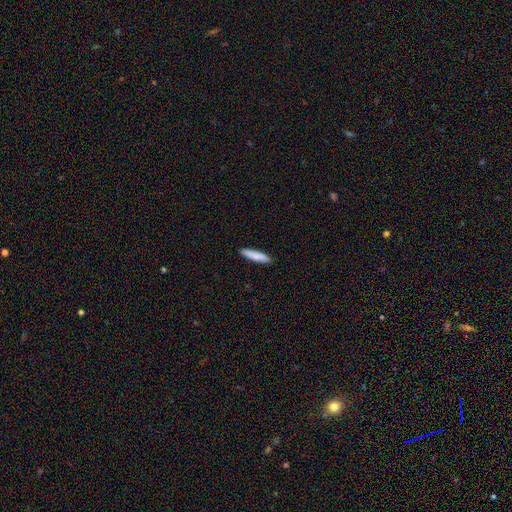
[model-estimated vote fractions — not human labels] This appears to be a smooth galaxy with no disk features (85%) that is cigar-shaped (85%). Merging: none (91%).